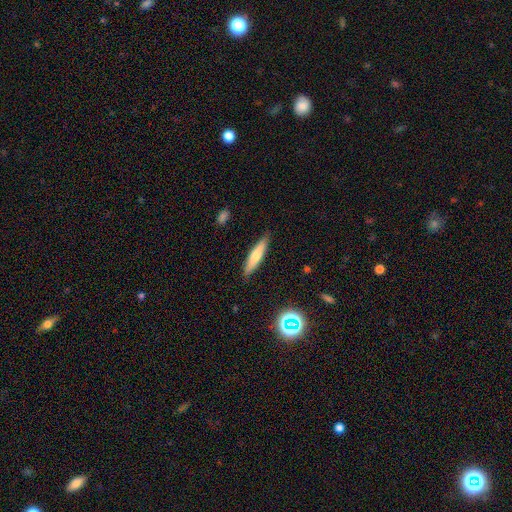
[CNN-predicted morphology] Smooth or featured?
  - smooth: 69% *
  - featured or disk: 24%
  - star or artifact: 7%
How rounded?
  - cigar-shaped: 83% *
  - in between: 15%
  - round: 1%
Merging?
  - none: 86% *
  - minor disturbance: 10%
  - major disturbance: 2%
  - merger: 1%